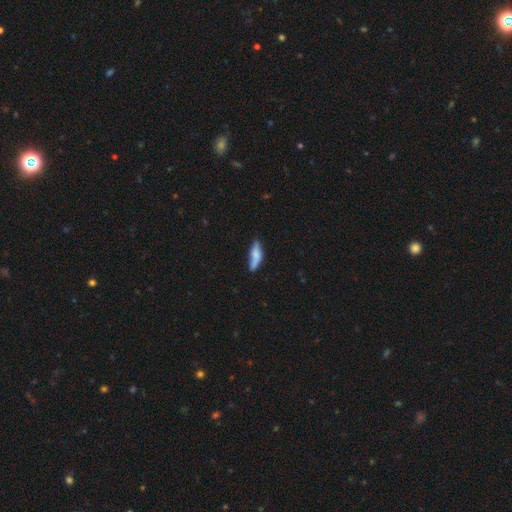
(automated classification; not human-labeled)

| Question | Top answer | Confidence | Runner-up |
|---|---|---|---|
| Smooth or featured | smooth | 67% | featured or disk (26%) |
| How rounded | cigar-shaped | 52% | in between (45%) |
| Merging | none | 56% | minor disturbance (30%) |